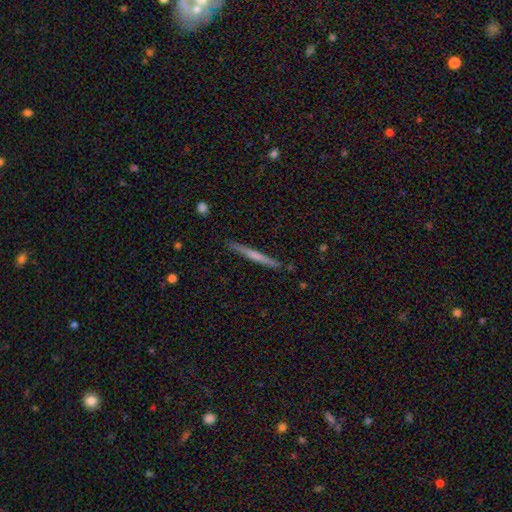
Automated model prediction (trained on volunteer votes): Smooth or featured: smooth — 48% (featured or disk — 46%)
Merging: none — 90% (minor disturbance — 8%)